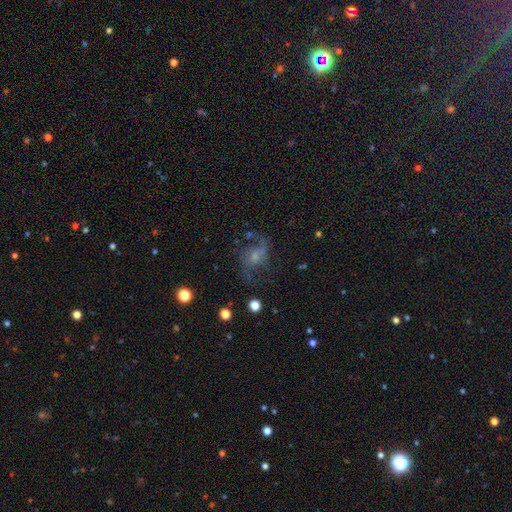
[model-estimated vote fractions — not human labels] smooth_or_featured: featured or disk (p=0.70) [alt: smooth p=0.18]
disk_edge_on: no (p=0.97) [alt: yes p=0.03]
bar: no (p=0.57) [alt: weak p=0.36]
has_spiral_arms: yes (p=0.87) [alt: no p=0.13]
spiral_winding: loose (p=0.58) [alt: medium p=0.35]
spiral_arm_count: 2 (p=0.78) [alt: can't tell p=0.08]
bulge_size: small (p=0.50) [alt: moderate p=0.31]
merging: none (p=0.56) [alt: major disturbance p=0.23]